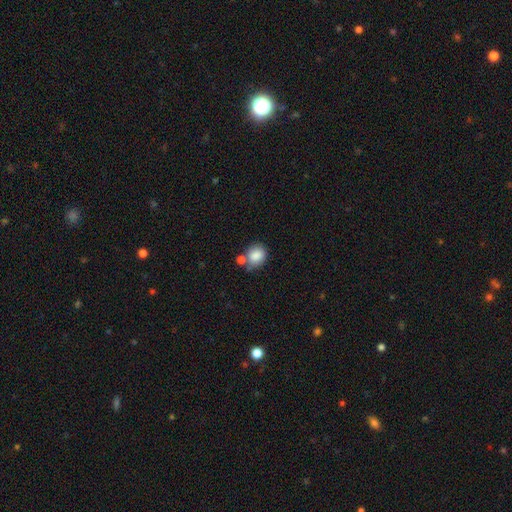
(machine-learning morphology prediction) A smooth galaxy with no disk features (86%) that is round (69%).

Vote fractions:
- Smooth or featured? smooth: 86% / star or artifact: 8% / featured or disk: 6%
- How rounded? round: 69% / in between: 30% / cigar-shaped: 1%
- Merging? none: 60% / merger: 21% / minor disturbance: 14% / major disturbance: 4%